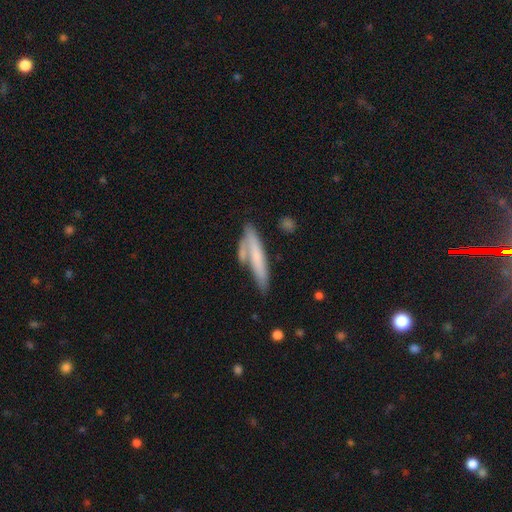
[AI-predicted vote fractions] smooth 62%, featured or disk 31%, star or artifact 7%. Down the decision tree: how rounded — cigar-shaped (84%); merging — none (54%).